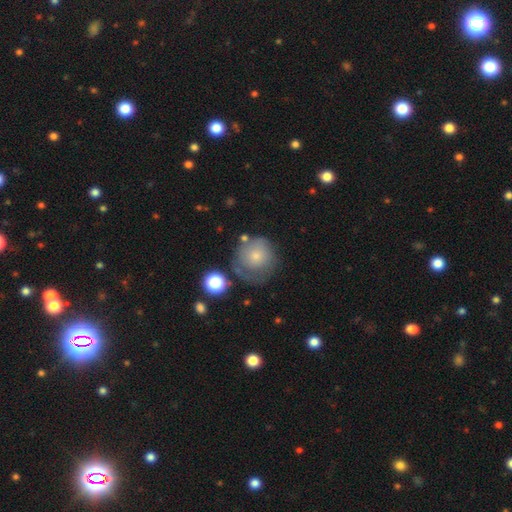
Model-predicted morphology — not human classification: smooth-or-featured: smooth: 68% | featured or disk: 22% | star or artifact: 9%
  how-rounded: round: 90% | in between: 9% | cigar-shaped: 1%
  merging: none: 52% | minor disturbance: 26% | major disturbance: 16% | merger: 6%